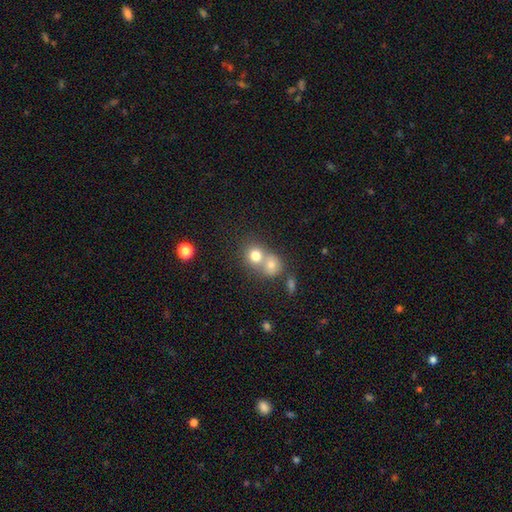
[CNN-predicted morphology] type=smooth (75%); roundness=round (79%); merging=merger (56%).